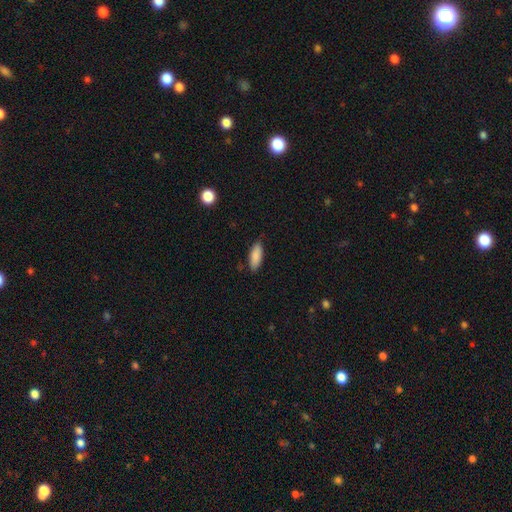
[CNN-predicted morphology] Q: Smooth or featured?
A: smooth (88%); runner-up: star or artifact (6%)
Q: How rounded?
A: in between (73%); runner-up: cigar-shaped (25%)
Q: Merging?
A: none (83%); runner-up: minor disturbance (14%)